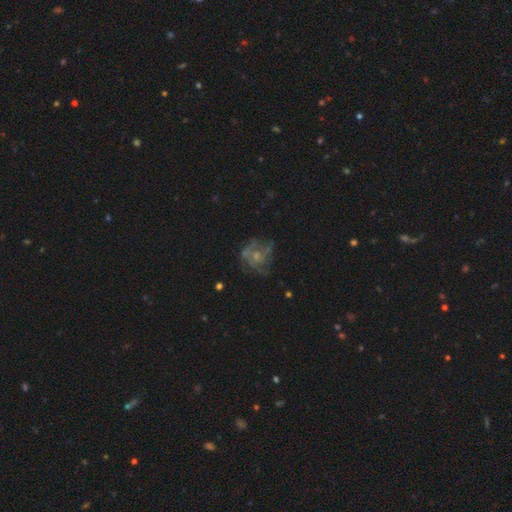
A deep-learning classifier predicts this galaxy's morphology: This appears to be a featured or disk galaxy (65%) with no bar (85%), spiral arms (61%) and a small central bulge (61%). Merging: none (55%).